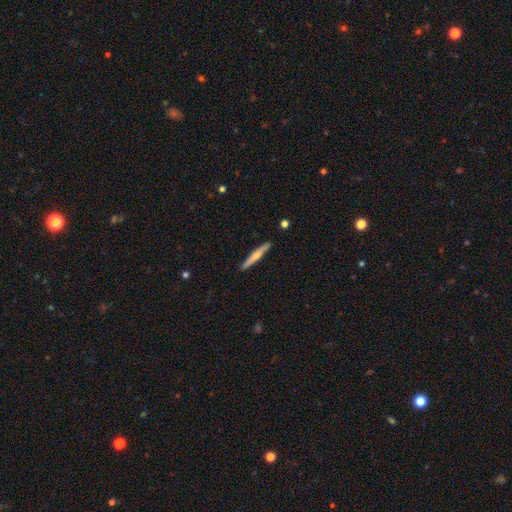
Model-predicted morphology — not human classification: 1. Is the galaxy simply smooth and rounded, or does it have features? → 49% smooth, 46% featured or disk, 5% star or artifact.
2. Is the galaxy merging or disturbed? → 91% none, 7% minor disturbance, 1% major disturbance, 1% merger.